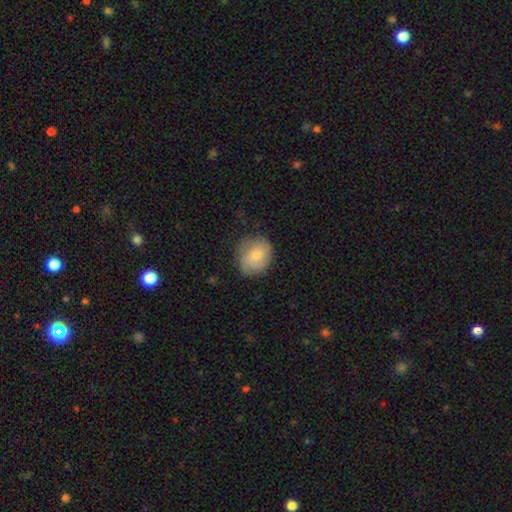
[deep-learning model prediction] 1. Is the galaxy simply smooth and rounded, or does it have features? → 66% smooth, 28% featured or disk, 7% star or artifact.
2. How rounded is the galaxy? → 59% round, 40% in between, 1% cigar-shaped.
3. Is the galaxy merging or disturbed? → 73% none, 20% minor disturbance, 6% major disturbance, 1% merger.